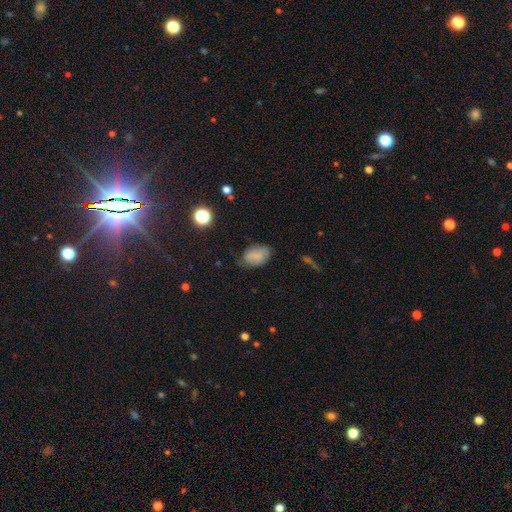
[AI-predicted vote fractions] Smooth or featured: smooth — 76% (featured or disk — 13%)
How rounded: in between — 86% (round — 13%)
Merging: none — 65% (minor disturbance — 27%)